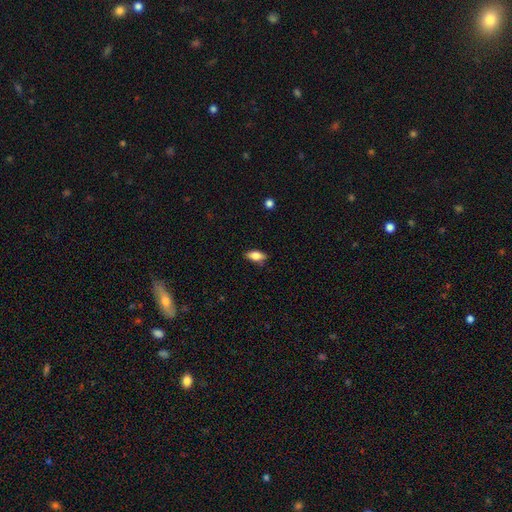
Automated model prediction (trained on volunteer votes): Morphology: type=smooth (76%); roundness=in between (84%); merging=none (80%).